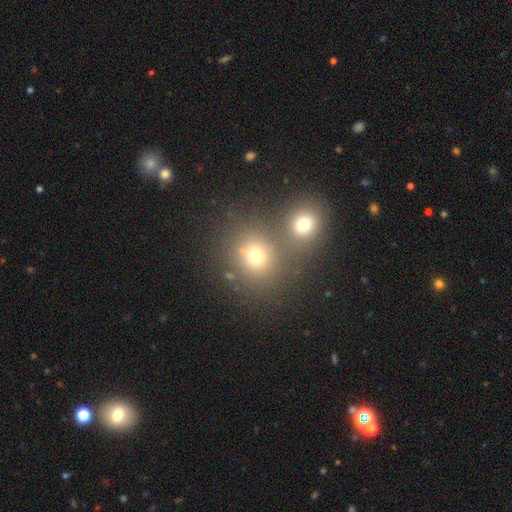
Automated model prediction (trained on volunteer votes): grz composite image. It shows a smooth galaxy with no disk features (70%) that is round (82%). Merging: none (48%).